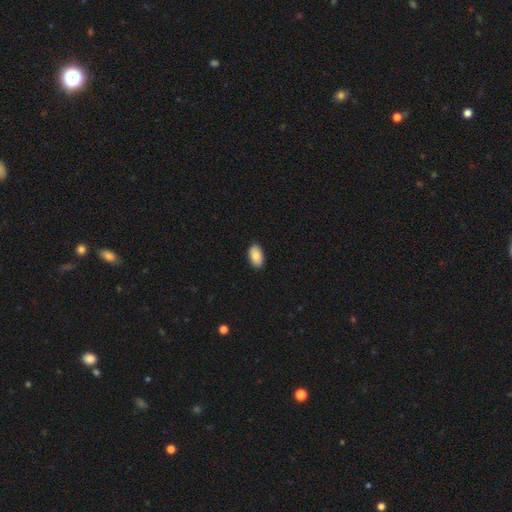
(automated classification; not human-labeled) This appears to be a smooth galaxy with no disk features (84%) that is in between round and cigar-shaped (94%). Merging: none (89%).